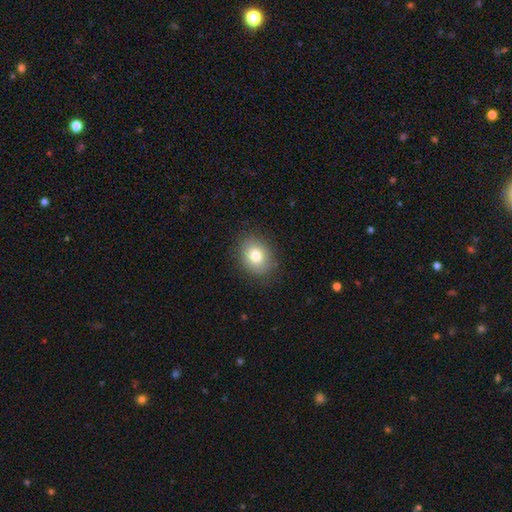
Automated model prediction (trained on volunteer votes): Smooth or featured? smooth (80%)
How rounded? in between (51%)
Merging? none (85%)